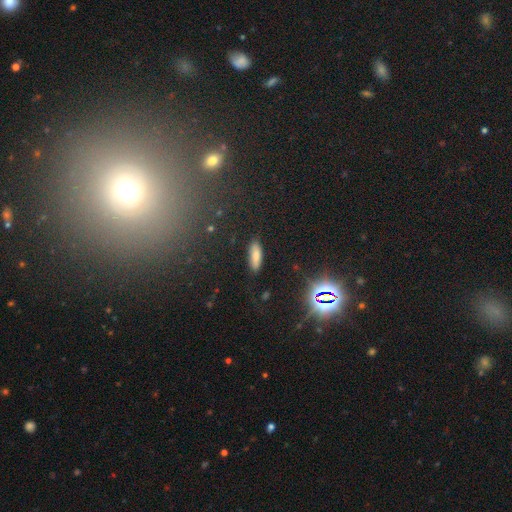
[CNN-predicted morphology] Smooth or featured: smooth — 77% (star or artifact — 13%)
How rounded: in between — 59% (cigar-shaped — 38%)
Merging: none — 87% (minor disturbance — 9%)